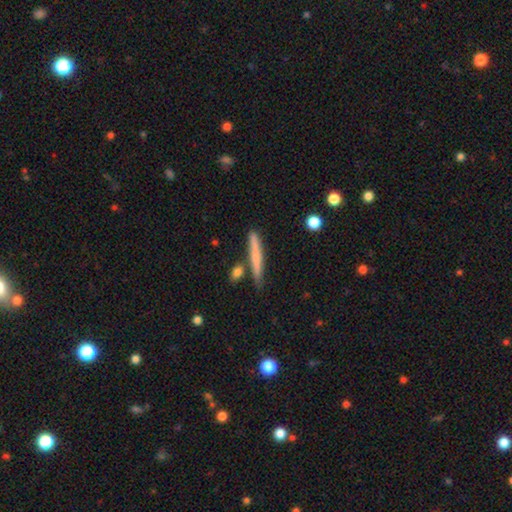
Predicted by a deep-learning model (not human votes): Smooth or featured? smooth (62%)
How rounded? cigar-shaped (95%)
Merging? none (79%)